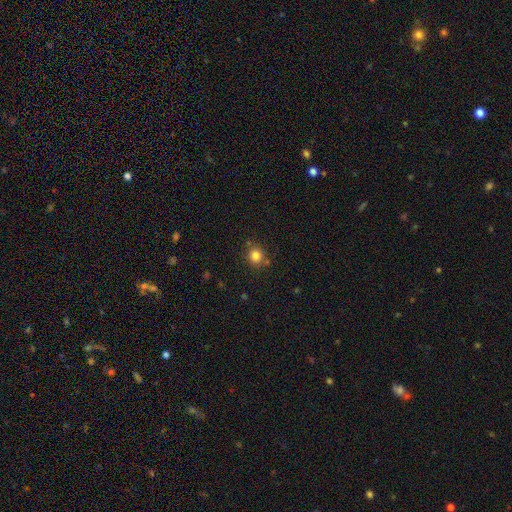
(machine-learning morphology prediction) The model was most divided on "merging": none: 79%, minor disturbance: 11%, merger: 7%, major disturbance: 3%. More confident: how rounded — round (85%); smooth or featured — smooth (82%).